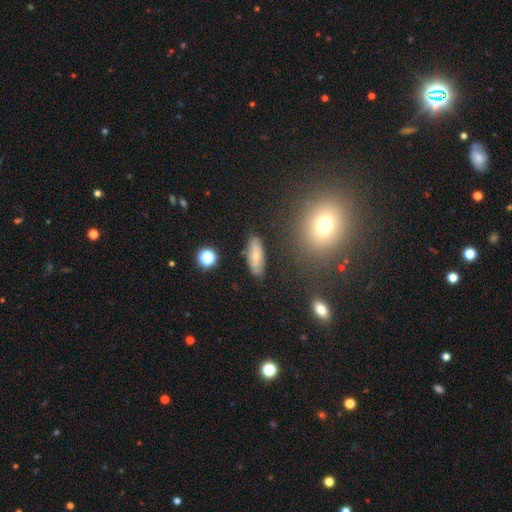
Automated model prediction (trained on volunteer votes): Q: Smooth or featured?
A: smooth (59%); runner-up: featured or disk (32%)
Q: How rounded?
A: in between (70%); runner-up: cigar-shaped (27%)
Q: Merging?
A: none (81%); runner-up: minor disturbance (13%)